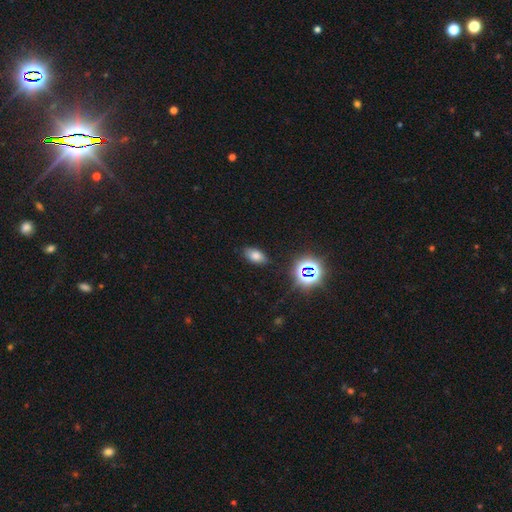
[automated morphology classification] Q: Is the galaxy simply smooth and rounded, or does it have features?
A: smooth — 73%.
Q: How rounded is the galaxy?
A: in between — 89%.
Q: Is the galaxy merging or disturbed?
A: none — 85%.